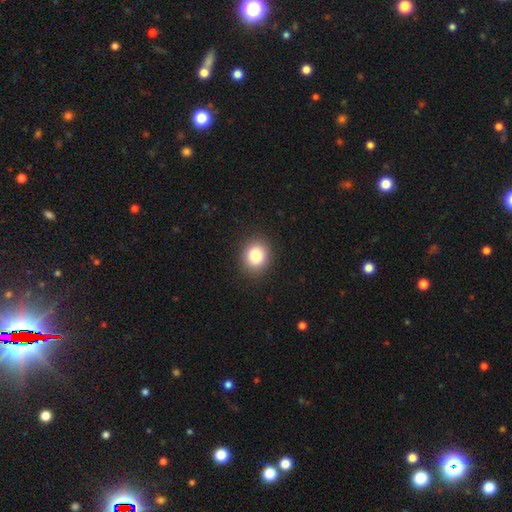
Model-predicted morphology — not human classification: Smooth or featured? Predicted: smooth (p=0.83). How rounded? Predicted: round (p=0.68). Merging? Predicted: none (p=0.90).